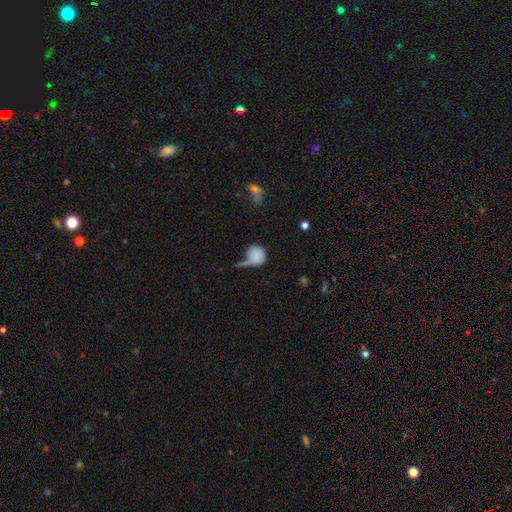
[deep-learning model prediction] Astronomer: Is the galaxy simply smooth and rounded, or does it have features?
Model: smooth — 78%.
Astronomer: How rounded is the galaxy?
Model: round — 79%.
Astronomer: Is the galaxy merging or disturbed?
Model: none — 30%, tied with major disturbance at 30%.